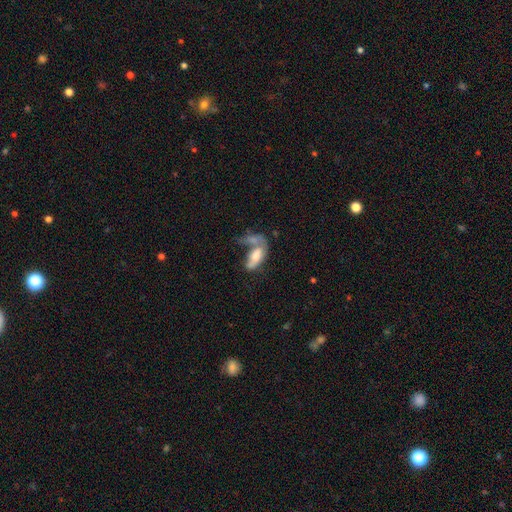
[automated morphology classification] smooth_or_featured: smooth (p=0.59) [alt: featured or disk p=0.33]
how_rounded: in between (p=0.83) [alt: cigar-shaped p=0.14]
merging: merger (p=0.44) [alt: major disturbance p=0.27]